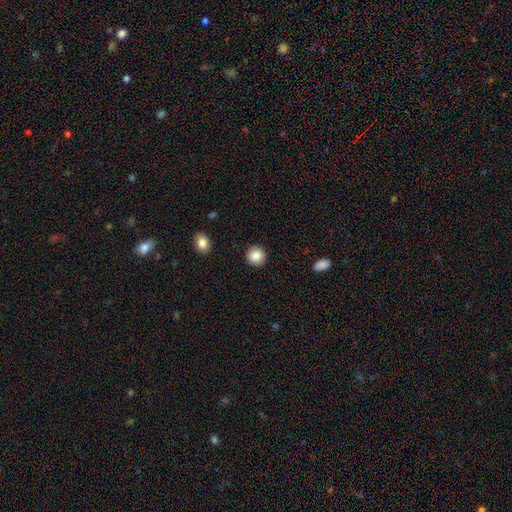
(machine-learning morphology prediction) smooth-or-featured: smooth: 87% | star or artifact: 8% | featured or disk: 5%
  how-rounded: round: 91% | in between: 8% | cigar-shaped: 1%
  merging: none: 91% | minor disturbance: 5% | major disturbance: 2% | merger: 1%